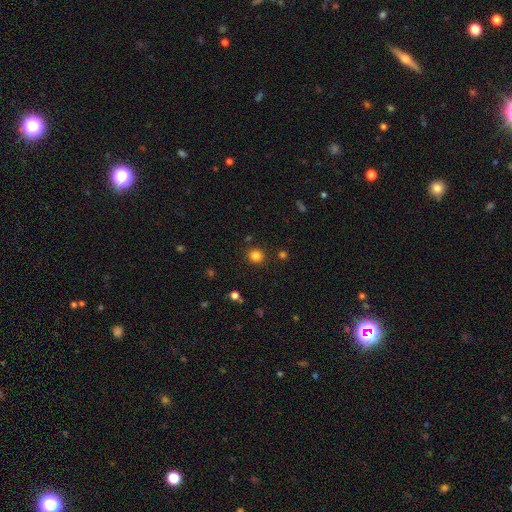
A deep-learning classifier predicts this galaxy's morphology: Q: Smooth or featured?
A: smooth (83%); runner-up: star or artifact (13%)
Q: How rounded?
A: round (89%); runner-up: in between (10%)
Q: Merging?
A: none (89%); runner-up: minor disturbance (6%)